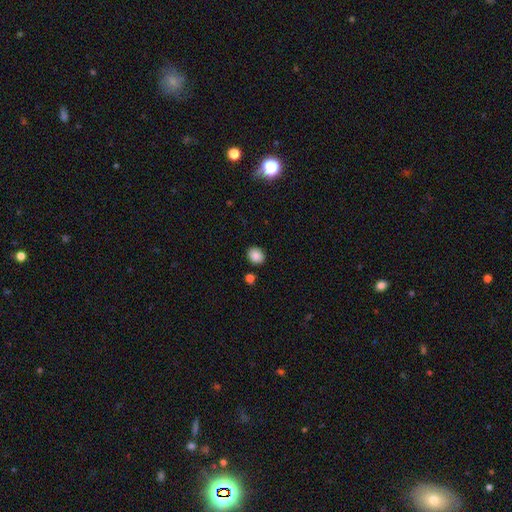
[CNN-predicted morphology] Smooth or featured?
  - smooth: 87% *
  - star or artifact: 9%
  - featured or disk: 3%
How rounded?
  - round: 62% *
  - in between: 37%
  - cigar-shaped: 1%
Merging?
  - none: 86% *
  - minor disturbance: 8%
  - merger: 3%
  - major disturbance: 2%